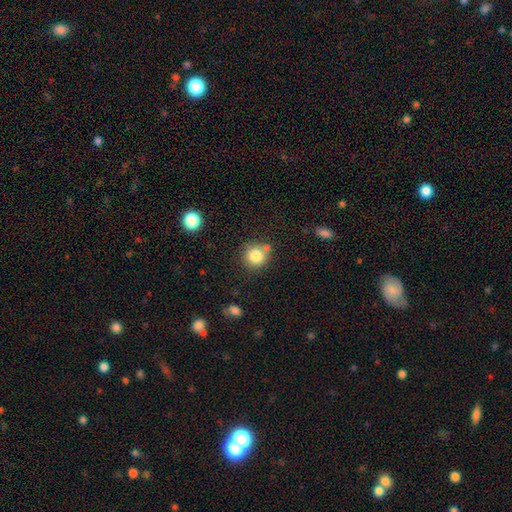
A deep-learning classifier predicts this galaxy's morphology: smooth 82%, star or artifact 10%, featured or disk 8%. Down the decision tree: how rounded — round (91%); merging — none (72%).